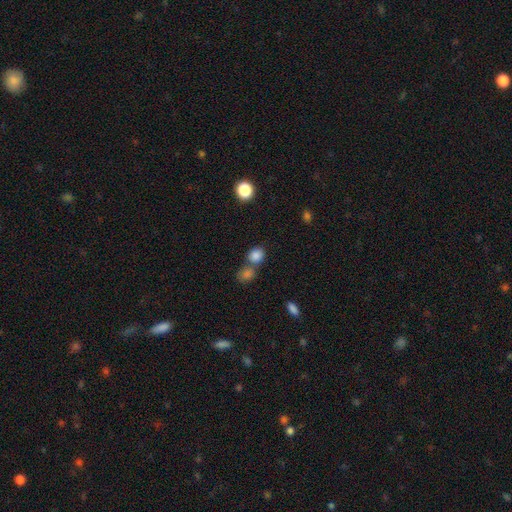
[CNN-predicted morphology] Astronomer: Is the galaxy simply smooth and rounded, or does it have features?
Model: smooth — 84%.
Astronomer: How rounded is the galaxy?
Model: round — 64%.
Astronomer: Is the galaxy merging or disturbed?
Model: none — 46% (runner-up: merger, 42%).